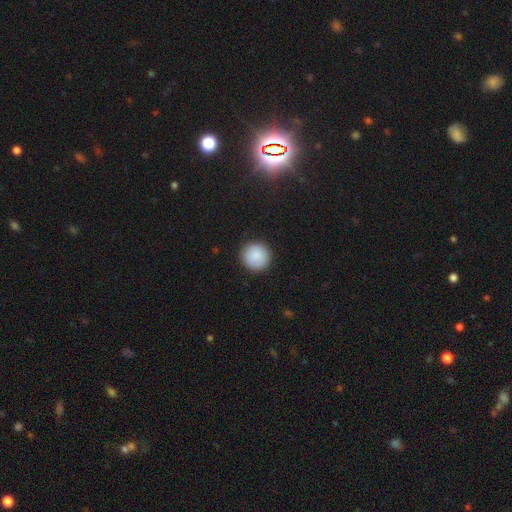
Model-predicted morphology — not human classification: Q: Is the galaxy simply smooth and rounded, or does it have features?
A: smooth — 88%.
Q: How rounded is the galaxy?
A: round — 95%.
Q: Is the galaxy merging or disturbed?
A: none — 90%.